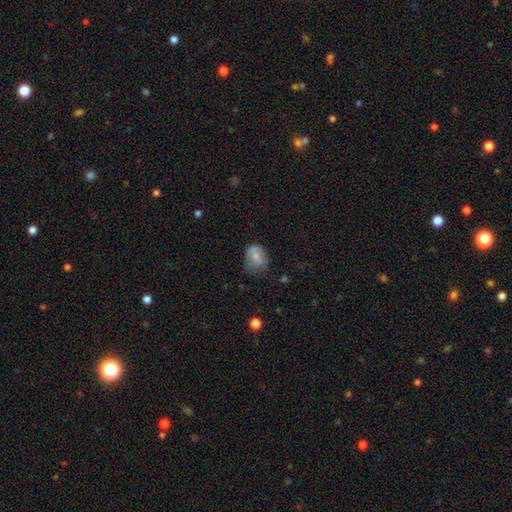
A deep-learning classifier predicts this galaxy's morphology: A smooth galaxy with no disk features (69%) that is in between round and cigar-shaped (57%). Merging: none (42%).